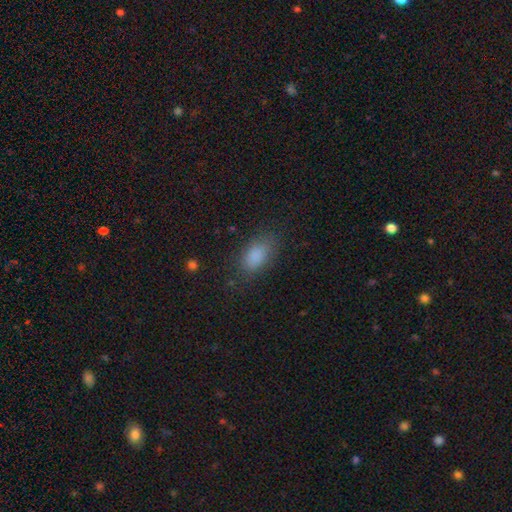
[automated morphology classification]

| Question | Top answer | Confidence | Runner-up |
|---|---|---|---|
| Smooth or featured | smooth | 85% | star or artifact (9%) |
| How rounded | in between | 89% | round (7%) |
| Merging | none | 76% | minor disturbance (16%) |